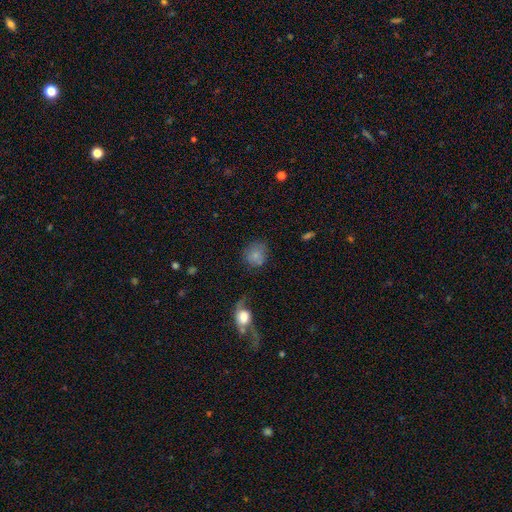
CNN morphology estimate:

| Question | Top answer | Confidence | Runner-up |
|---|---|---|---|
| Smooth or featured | smooth | 76% | featured or disk (13%) |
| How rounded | round | 78% | in between (21%) |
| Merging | none | 64% | minor disturbance (19%) |